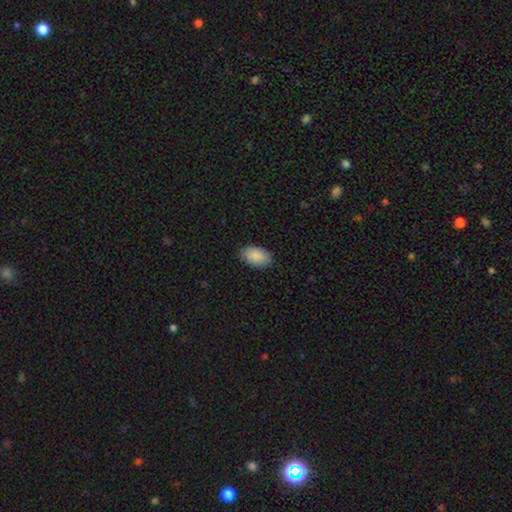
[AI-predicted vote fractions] This is clearly a smooth galaxy (90%). How rounded: clearly in between (94%). Merging: clearly none (87%).